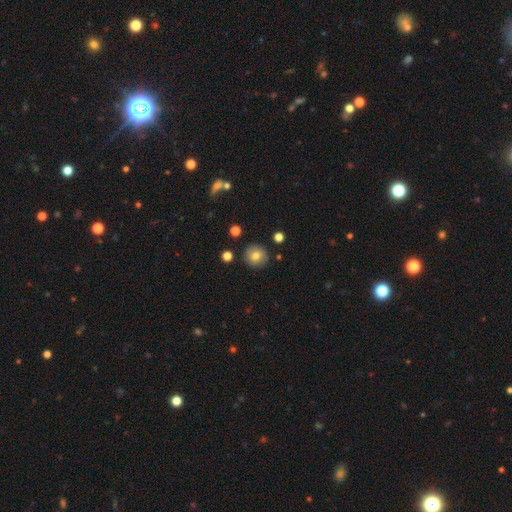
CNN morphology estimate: Smooth or featured: smooth — 78% (featured or disk — 11%)
How rounded: round — 92% (in between — 7%)
Merging: none — 89% (minor disturbance — 7%)